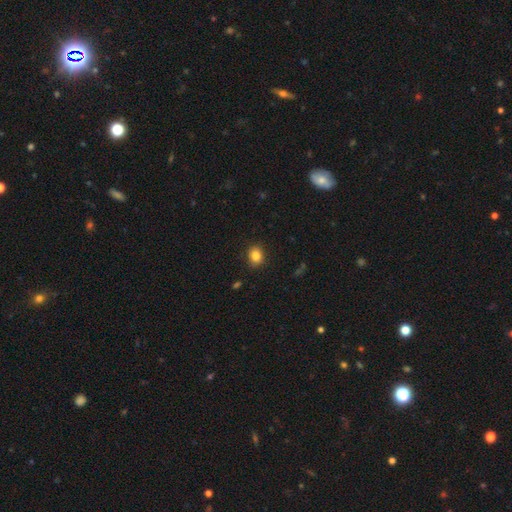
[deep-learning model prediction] Smooth or featured: smooth — 84% (star or artifact — 10%)
How rounded: round — 62% (in between — 38%)
Merging: none — 87% (minor disturbance — 10%)